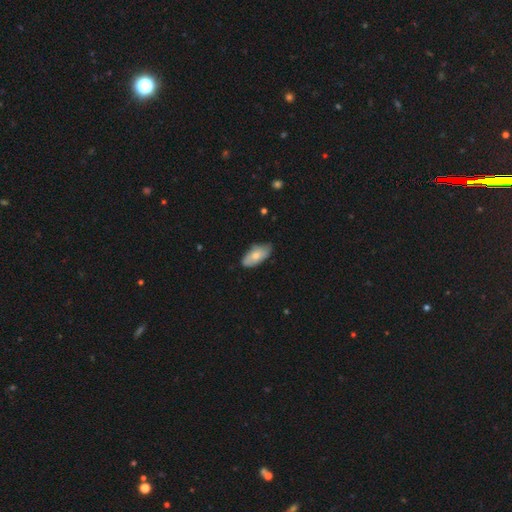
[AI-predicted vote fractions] Overall: smooth (70%). How rounded: in between (91%). Merging: none (75%).